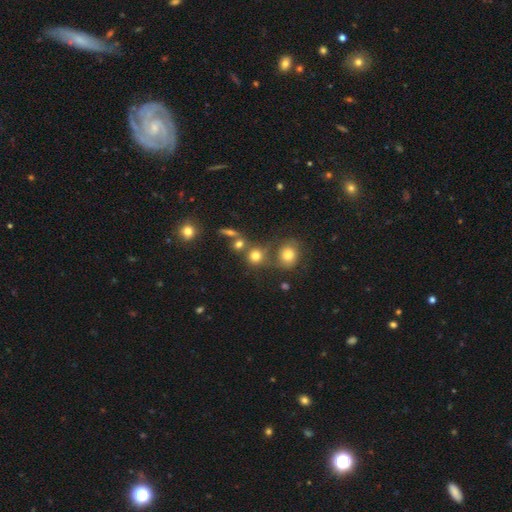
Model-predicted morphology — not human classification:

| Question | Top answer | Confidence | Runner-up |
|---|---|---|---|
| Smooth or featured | smooth | 75% | star or artifact (15%) |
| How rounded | round | 86% | in between (13%) |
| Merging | none | 56% | merger (29%) |